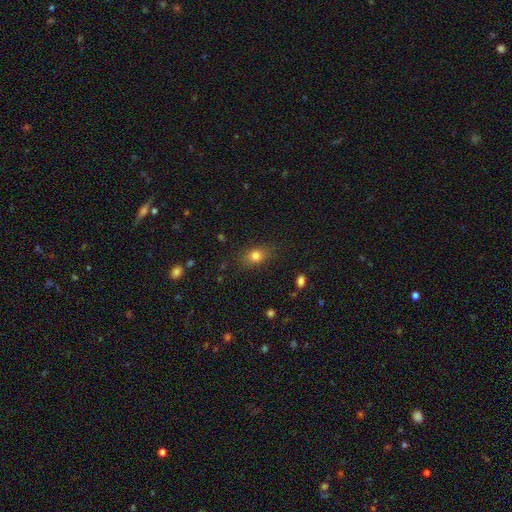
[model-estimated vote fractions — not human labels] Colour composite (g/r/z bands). It shows a smooth galaxy with no disk features (80%) that is in between round and cigar-shaped (63%). Merging: none (81%).